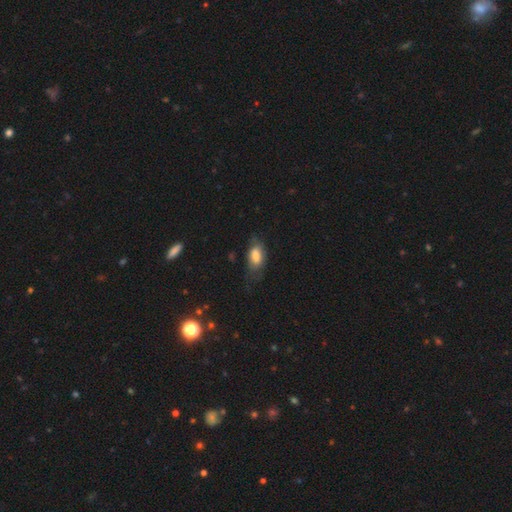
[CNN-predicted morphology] Smooth or featured?
  - smooth: 75% *
  - featured or disk: 18%
  - star or artifact: 7%
How rounded?
  - in between: 89% *
  - cigar-shaped: 7%
  - round: 4%
Merging?
  - none: 48% *
  - minor disturbance: 31%
  - major disturbance: 19%
  - merger: 2%